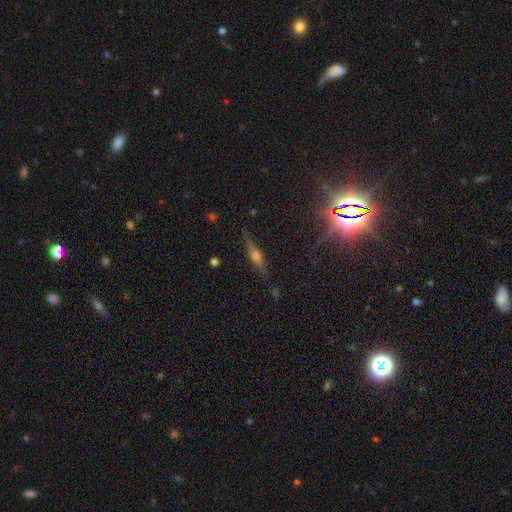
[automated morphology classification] Q: Smooth or featured?
A: featured or disk (60%); runner-up: smooth (26%)
Q: Edge-on disk?
A: yes (94%); runner-up: no (6%)
Q: Edge-on bulge?
A: rounded (85%); runner-up: boxy (10%)
Q: Merging?
A: none (84%); runner-up: minor disturbance (11%)